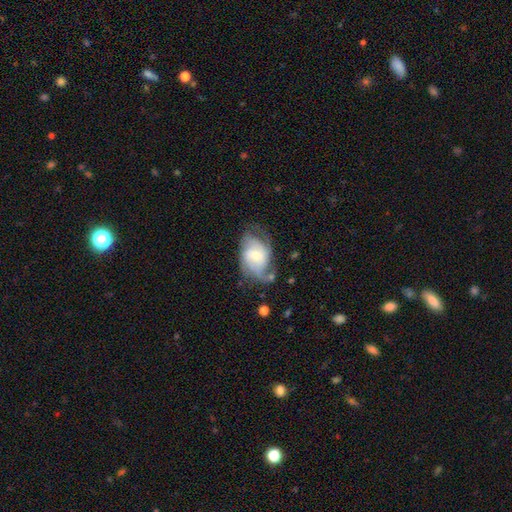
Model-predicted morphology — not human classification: type=featured or disk (70%); edge-on=no (96%); bar=no (56%); spiral arms=yes (89%); winding=medium (44%); arm count=2 (35%); bulge=moderate (47%); merging=none (49%).